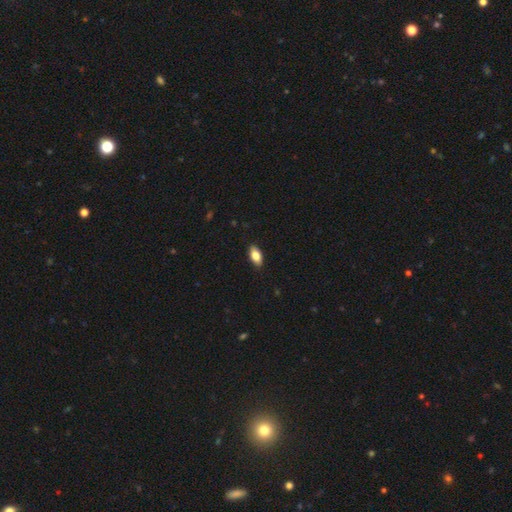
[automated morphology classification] smooth 80%, featured or disk 13%, star or artifact 7%. Down the decision tree: how rounded — in between (89%); merging — none (88%).